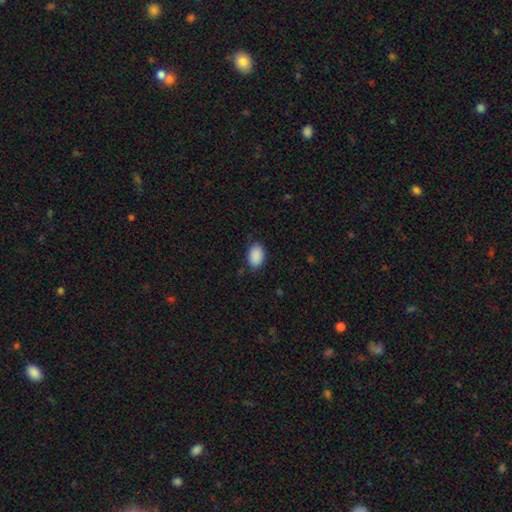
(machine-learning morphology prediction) Q: Smooth or featured?
A: smooth (90%); runner-up: star or artifact (7%)
Q: How rounded?
A: in between (88%); runner-up: round (10%)
Q: Merging?
A: none (83%); runner-up: minor disturbance (13%)